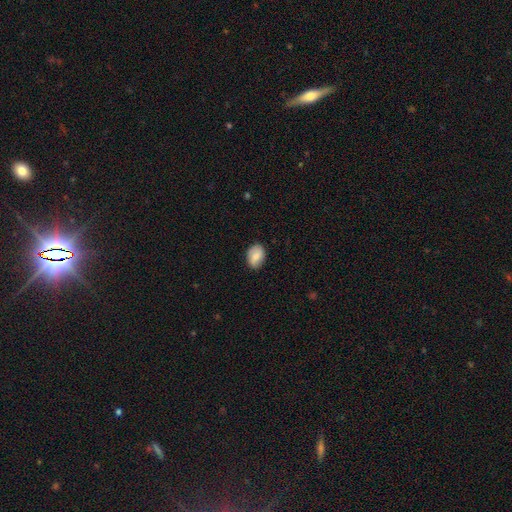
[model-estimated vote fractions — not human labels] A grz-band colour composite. It shows a smooth galaxy with no disk features (77%) that is in between round and cigar-shaped (77%). Merging: none (82%).